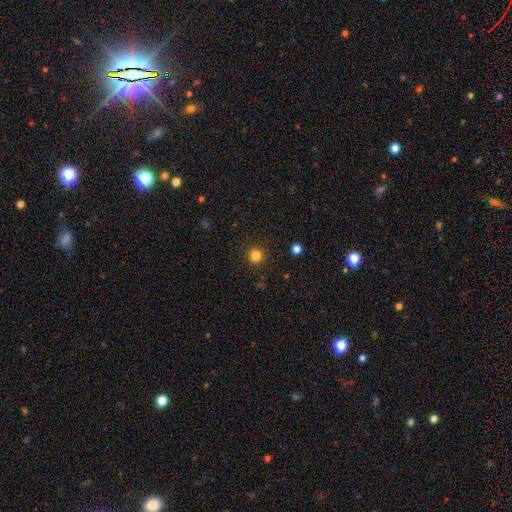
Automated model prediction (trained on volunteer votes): Smooth or featured? Predicted: smooth (p=0.83). How rounded? Predicted: round (p=0.96). Merging? Predicted: none (p=0.92).